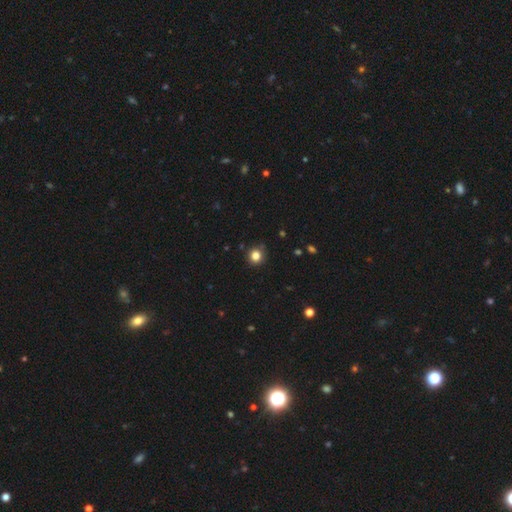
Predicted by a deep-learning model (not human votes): Morphology: type=smooth (83%); roundness=round (90%); merging=none (85%).